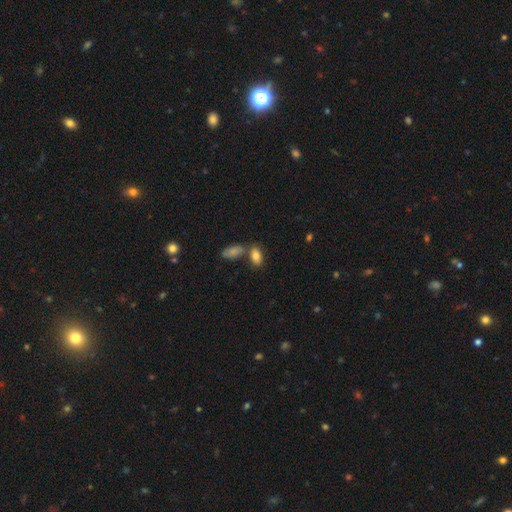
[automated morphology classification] Smooth or featured? Predicted: smooth (p=0.83). How rounded? Predicted: in between (p=0.90). Merging? Predicted: none (p=0.58).